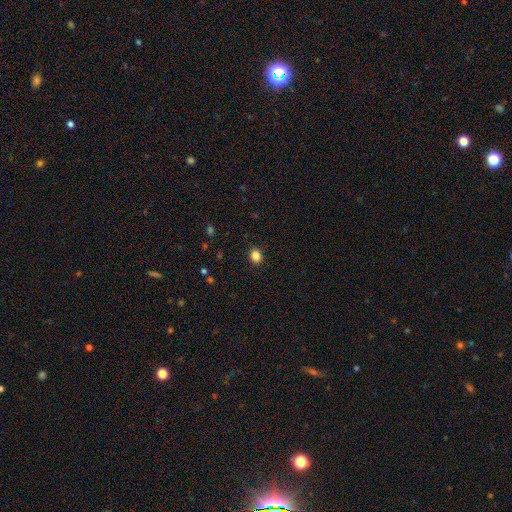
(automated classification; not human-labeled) Morphology: type=smooth (85%); roundness=in between (56%); merging=none (89%).